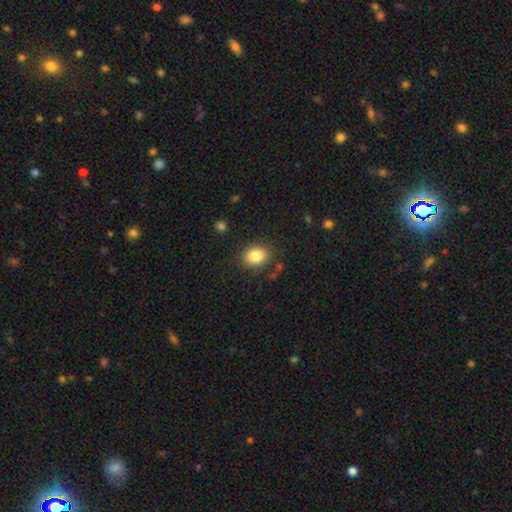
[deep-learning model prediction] A smooth galaxy with no disk features (85%) that is in between round and cigar-shaped (58%).

Vote fractions:
- Smooth or featured? smooth: 85% / star or artifact: 9% / featured or disk: 6%
- How rounded? in between: 58% / round: 41% / cigar-shaped: 1%
- Merging? none: 83% / minor disturbance: 11% / major disturbance: 3% / merger: 2%